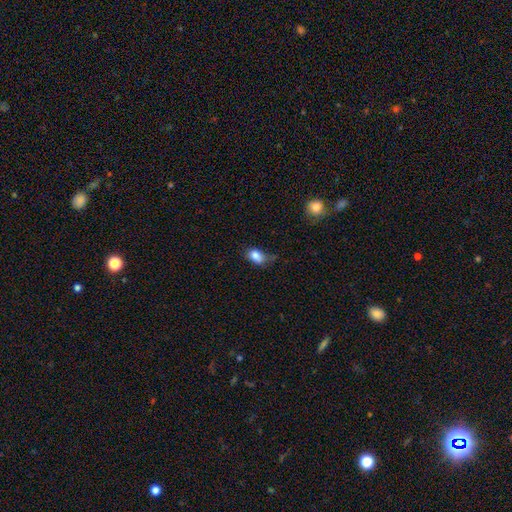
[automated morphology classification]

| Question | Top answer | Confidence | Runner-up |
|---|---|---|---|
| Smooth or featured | smooth | 84% | star or artifact (9%) |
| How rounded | in between | 83% | round (15%) |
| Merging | none | 52% | minor disturbance (33%) |